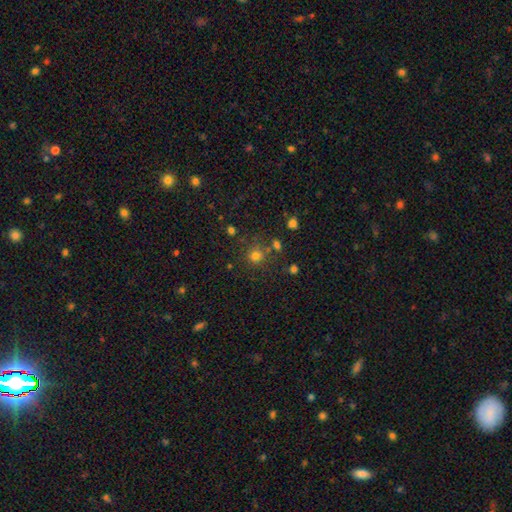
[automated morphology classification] smooth 73%, star or artifact 19%, featured or disk 7%. Down the decision tree: how rounded — round (88%); merging — none (73%).